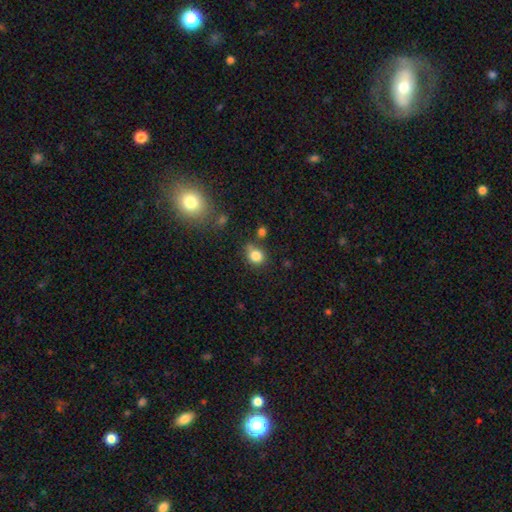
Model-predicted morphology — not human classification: The model was most divided on "how rounded": round: 71%, in between: 28%, cigar-shaped: 1%. More confident: smooth or featured — smooth (82%); merging — none (64%).